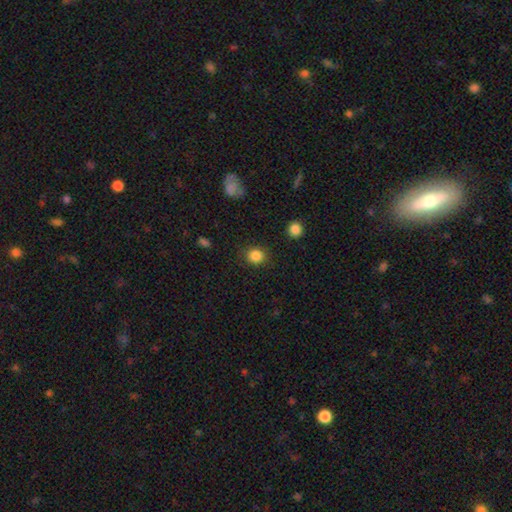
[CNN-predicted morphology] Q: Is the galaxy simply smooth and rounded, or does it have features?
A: smooth — 86%.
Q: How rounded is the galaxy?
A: round — 86%.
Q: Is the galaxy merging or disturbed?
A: none — 88%.